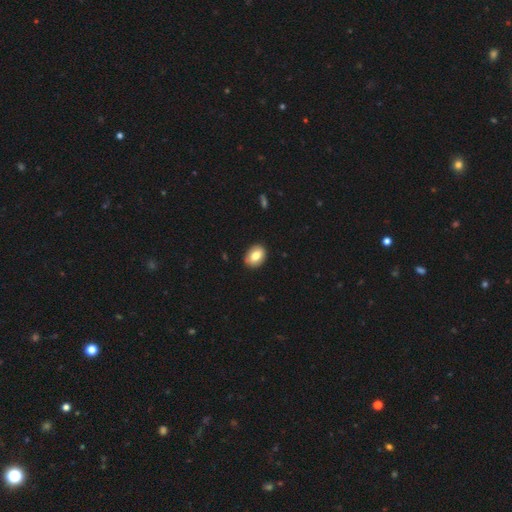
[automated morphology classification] Overall: smooth (78%). How rounded: in between (73%). Merging: none (87%).